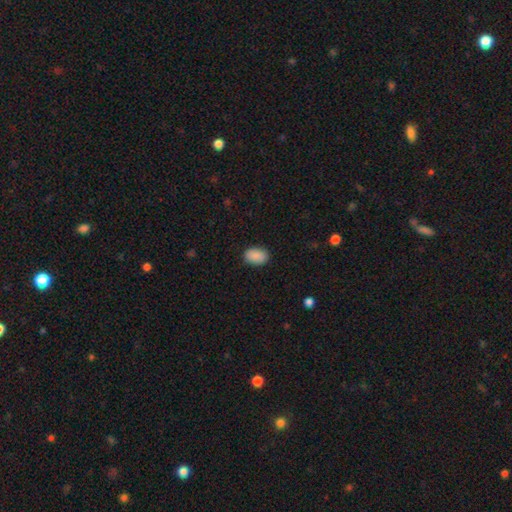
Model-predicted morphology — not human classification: The model was most divided on "how rounded": in between: 86%, round: 13%, cigar-shaped: 1%. More confident: smooth or featured — smooth (90%); merging — none (88%).